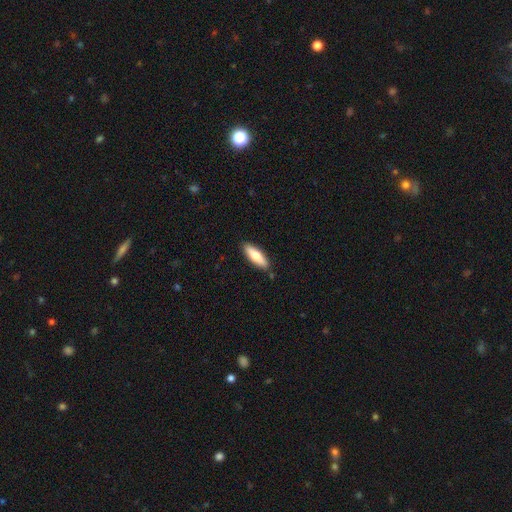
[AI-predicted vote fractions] A smooth galaxy with no disk features (70%) that is in between round and cigar-shaped (51%). Merging: none (87%).